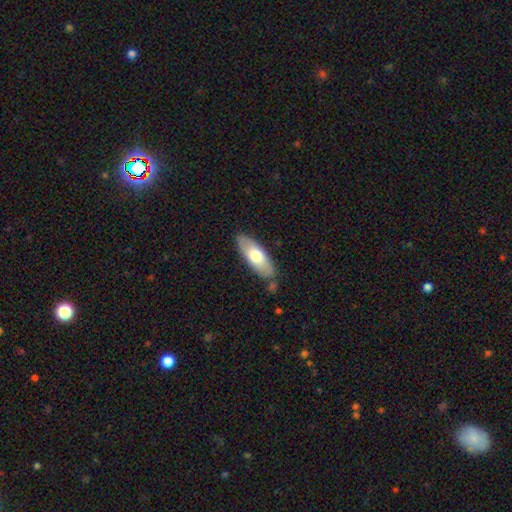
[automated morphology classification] This appears to be a smooth galaxy with no disk features (64%) that is in between round and cigar-shaped (70%). Merging: none (81%).